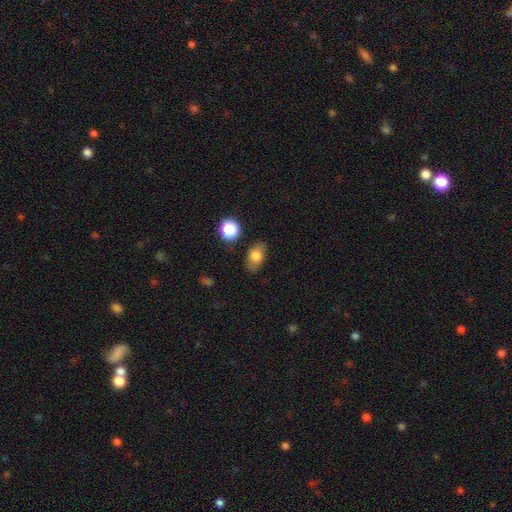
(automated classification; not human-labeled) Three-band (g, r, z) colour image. It shows a smooth galaxy with no disk features (77%) that is in between round and cigar-shaped (86%). Merging: none (79%).